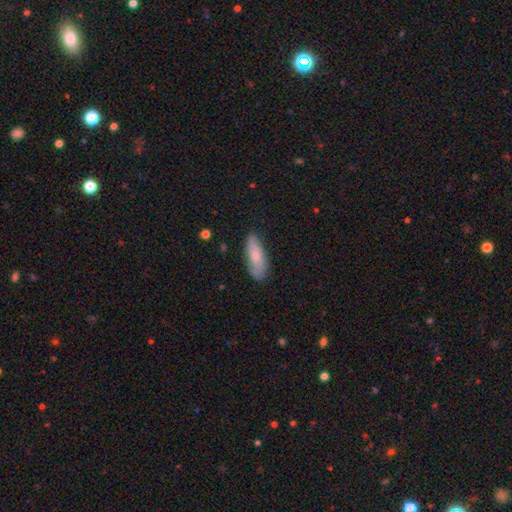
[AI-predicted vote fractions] smooth 71%, featured or disk 23%, star or artifact 6%. Down the decision tree: how rounded — in between (66%); merging — none (76%).